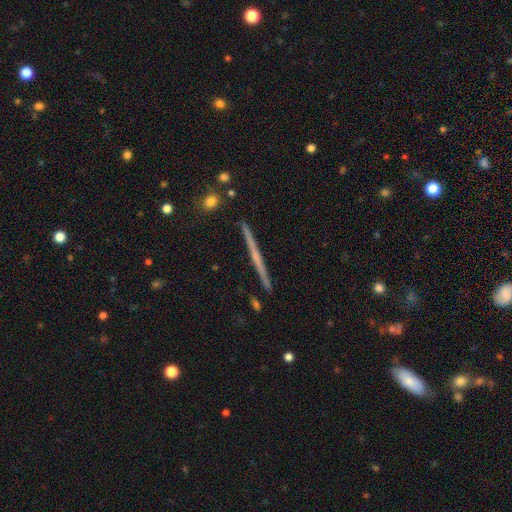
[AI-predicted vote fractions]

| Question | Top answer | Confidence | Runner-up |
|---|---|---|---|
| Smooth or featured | featured or disk | 71% | smooth (21%) |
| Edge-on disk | yes | 98% | no (2%) |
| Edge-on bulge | none | 48% | rounded (46%) |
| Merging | none | 91% | minor disturbance (6%) |